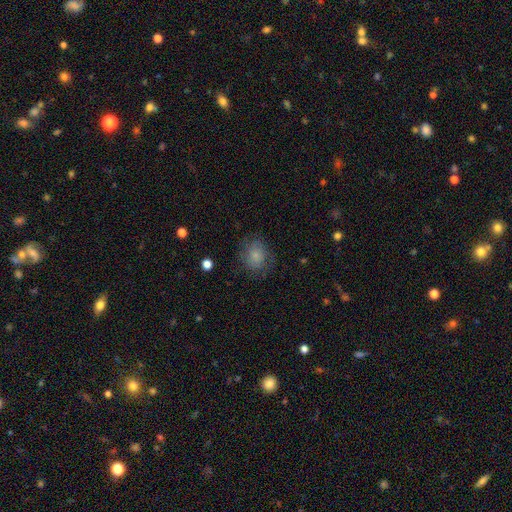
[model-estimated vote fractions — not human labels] Overall: smooth (77%). How rounded: round (69%; in between 31%). Merging: none (73%).